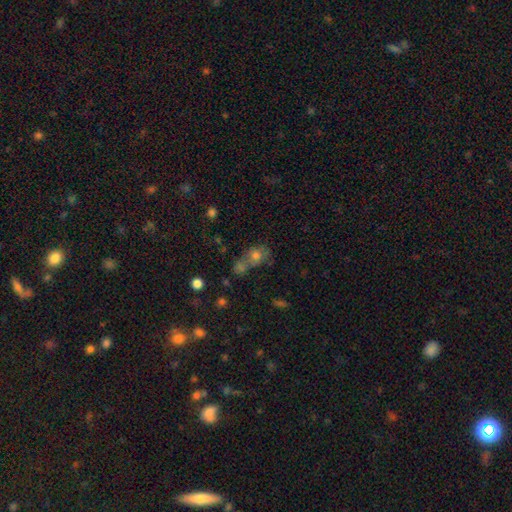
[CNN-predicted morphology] Q: Smooth or featured?
A: smooth (65%); runner-up: star or artifact (18%)
Q: How rounded?
A: round (57%); runner-up: in between (41%)
Q: Merging?
A: merger (50%); runner-up: none (32%)